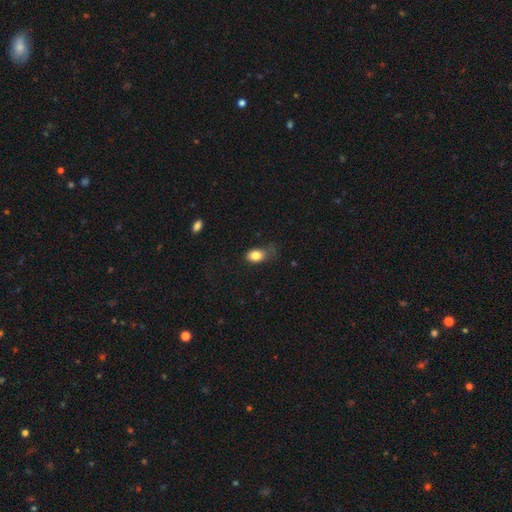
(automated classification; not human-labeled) Morphology: type=smooth (83%); roundness=in between (80%); merging=none (48%).